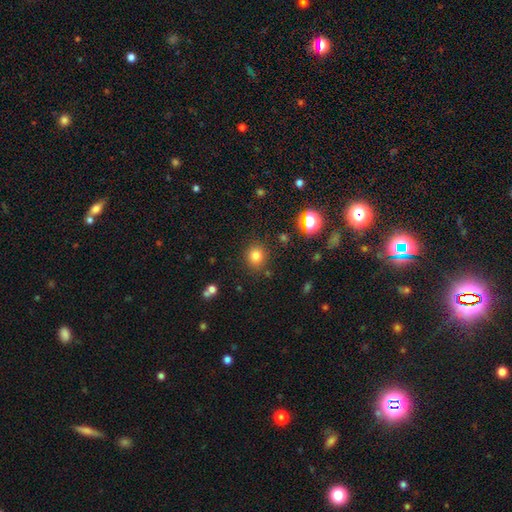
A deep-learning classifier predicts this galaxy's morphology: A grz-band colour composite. It shows a smooth galaxy with no disk features (79%) that is round (86%). Merging: none (86%).